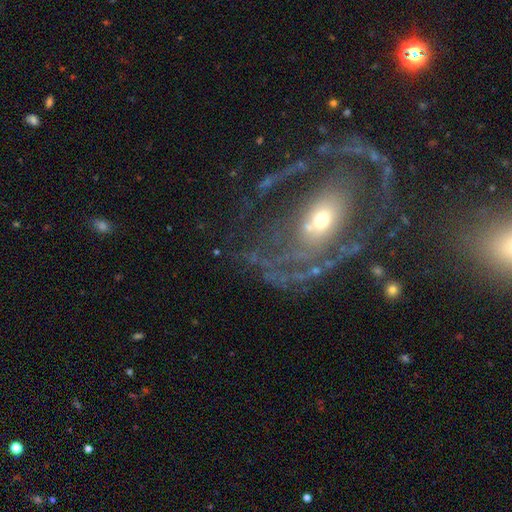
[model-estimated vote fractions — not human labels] This appears to be a featured or disk galaxy (79%) with no bar (64%), tight (48%) spiral arms (73%) and a moderate central bulge (46%, tied with small). Merging: none (56%).